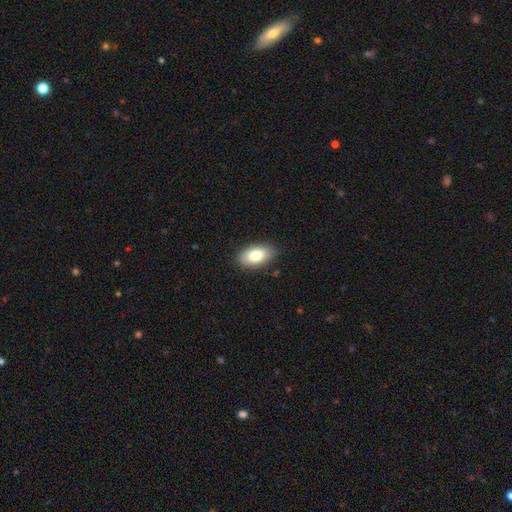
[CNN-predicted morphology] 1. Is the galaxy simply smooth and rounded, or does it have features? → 81% smooth, 12% featured or disk, 7% star or artifact.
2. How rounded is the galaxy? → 93% in between, 4% round, 3% cigar-shaped.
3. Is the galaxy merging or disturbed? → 88% none, 9% minor disturbance, 2% major disturbance, 1% merger.